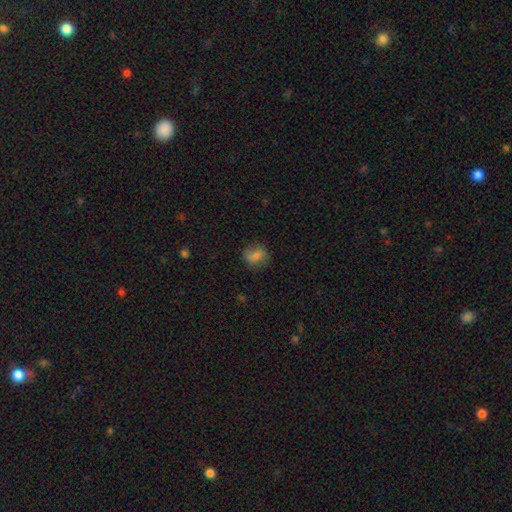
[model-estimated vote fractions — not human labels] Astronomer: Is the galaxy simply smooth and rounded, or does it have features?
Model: smooth — 70%.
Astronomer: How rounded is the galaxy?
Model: round — 52% (runner-up: in between, 46%).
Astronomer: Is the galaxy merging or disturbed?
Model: none — 77%.